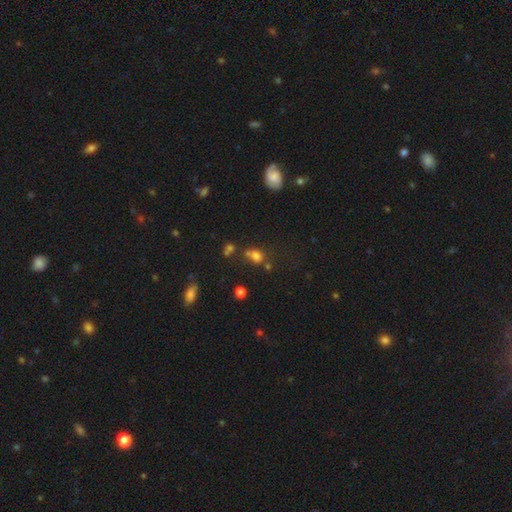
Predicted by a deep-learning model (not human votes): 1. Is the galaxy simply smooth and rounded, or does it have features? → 70% smooth, 20% star or artifact, 10% featured or disk.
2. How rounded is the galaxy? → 50% in between, 48% round, 2% cigar-shaped.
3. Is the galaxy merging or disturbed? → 46% none, 29% merger, 16% minor disturbance, 9% major disturbance.